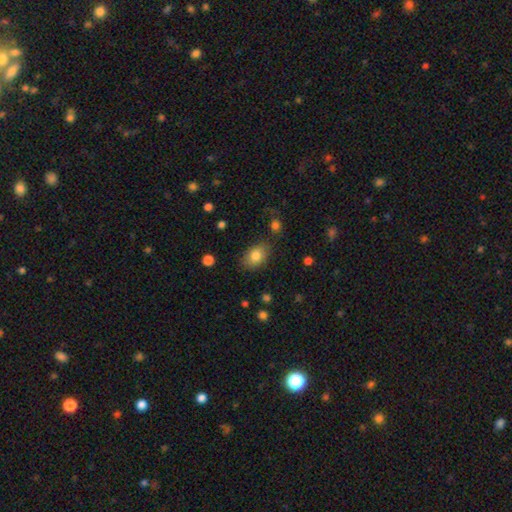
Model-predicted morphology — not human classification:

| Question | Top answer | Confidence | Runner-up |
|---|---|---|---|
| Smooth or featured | smooth | 81% | featured or disk (10%) |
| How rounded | in between | 81% | round (18%) |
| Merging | none | 77% | minor disturbance (15%) |